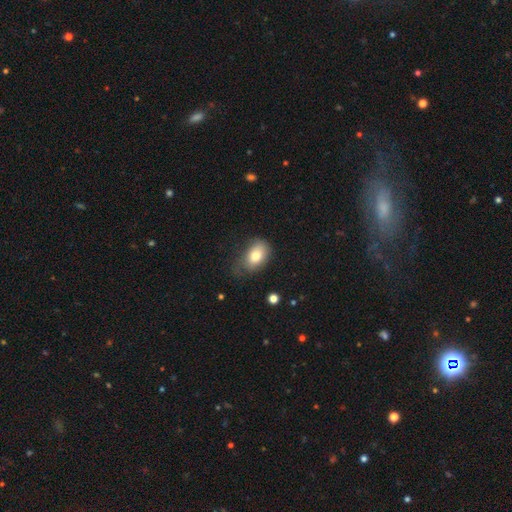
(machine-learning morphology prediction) This is likely a smooth galaxy (77%). How rounded: clearly in between (85%). Merging: possibly none (50%).